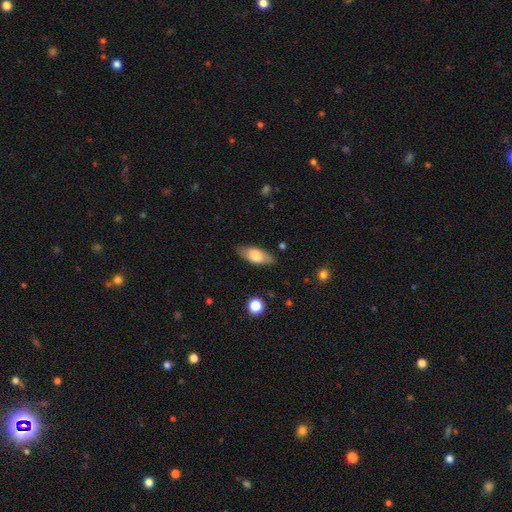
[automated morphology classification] Overall: smooth (69%). How rounded: in between (82%). Merging: none (84%).